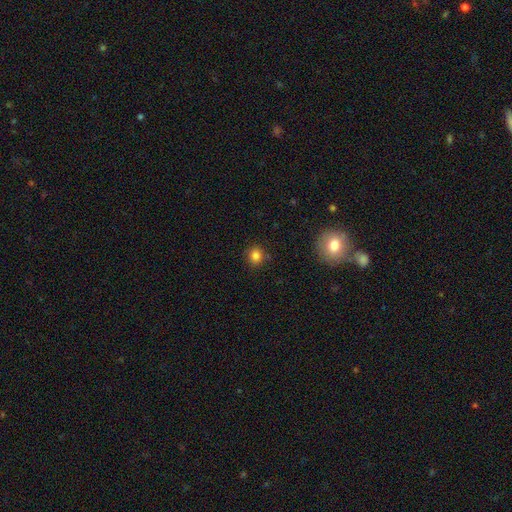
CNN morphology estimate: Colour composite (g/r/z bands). It shows a smooth galaxy with no disk features (82%) that is round (83%). Merging: none (85%).